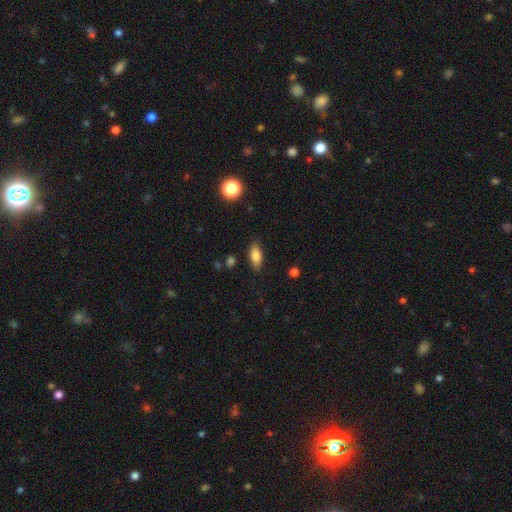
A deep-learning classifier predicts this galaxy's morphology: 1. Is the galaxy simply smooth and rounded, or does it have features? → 83% smooth, 9% featured or disk, 8% star or artifact.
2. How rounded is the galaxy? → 83% in between, 13% cigar-shaped, 4% round.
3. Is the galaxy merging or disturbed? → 86% none, 10% minor disturbance, 3% major disturbance, 2% merger.